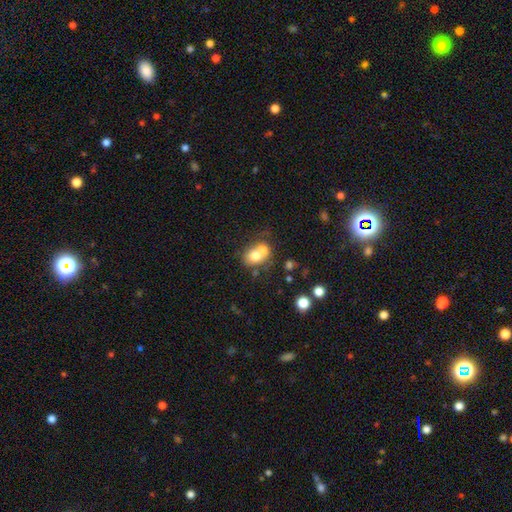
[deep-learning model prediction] smooth-or-featured: smooth: 70% | featured or disk: 20% | star or artifact: 10%
  how-rounded: round: 52% | in between: 47% | cigar-shaped: 1%
  merging: merger: 58% | none: 29% | minor disturbance: 9% | major disturbance: 4%